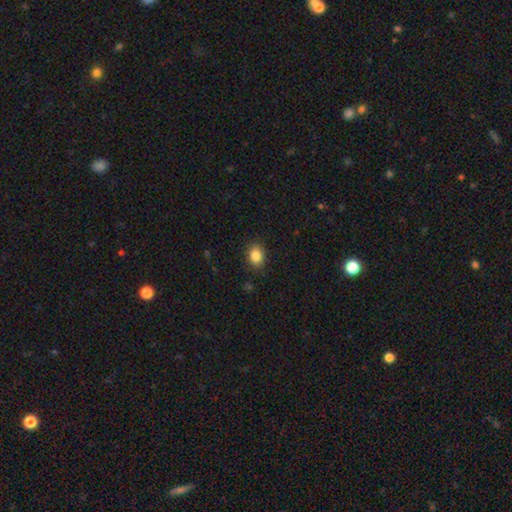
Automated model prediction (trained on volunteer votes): This is clearly a smooth galaxy (87%). How rounded: likely in between (65%). Merging: clearly none (85%).